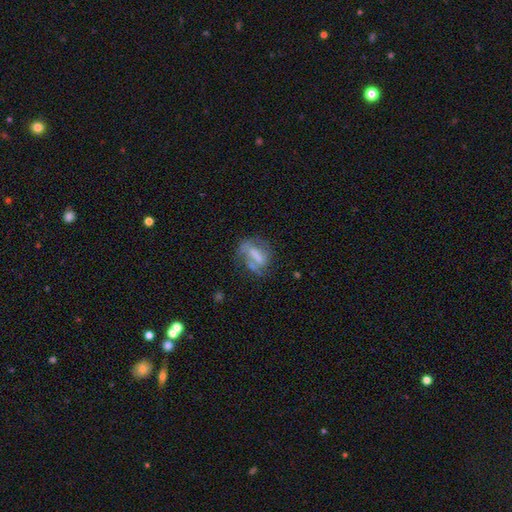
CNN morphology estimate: This appears to be a featured or disk galaxy (50%). Merging: none (39%).